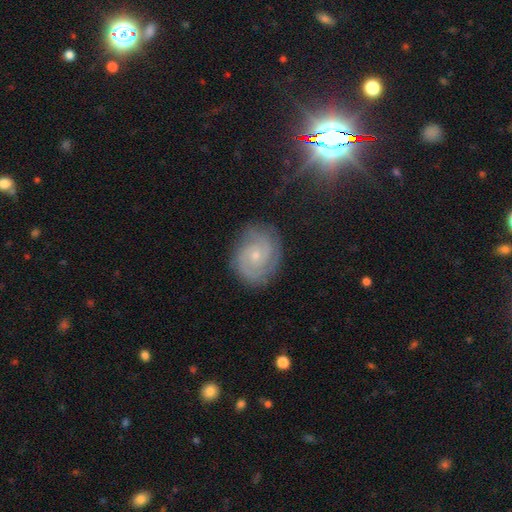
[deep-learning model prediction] Smooth or featured?
  - featured or disk: 84% *
  - smooth: 9%
  - star or artifact: 7%
Edge-on disk?
  - no: 98% *
  - yes: 2%
Bar?
  - no: 70% *
  - weak: 26%
  - strong: 4%
Spiral arms?
  - yes: 97% *
  - no: 3%
Spiral winding?
  - tight: 67% *
  - medium: 29%
  - loose: 5%
Spiral arm count?
  - 2: 63% *
  - 3: 15%
  - can't tell: 12%
  - 4: 4%
  - 1: 3%
  - more than 4: 3%
Bulge size?
  - small: 74% *
  - moderate: 22%
  - none: 3%
  - large: 1%
  - dominant: 1%
Merging?
  - none: 81% *
  - minor disturbance: 14%
  - major disturbance: 4%
  - merger: 1%